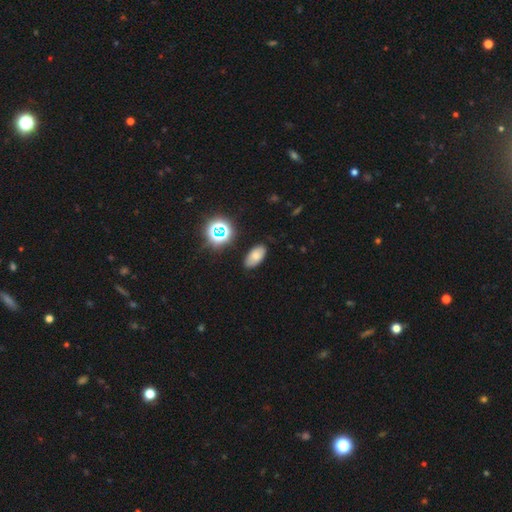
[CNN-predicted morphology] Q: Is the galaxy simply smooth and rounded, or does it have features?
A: smooth — 72%.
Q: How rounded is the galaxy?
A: in between — 91%.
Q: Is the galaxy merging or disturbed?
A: none — 85%.